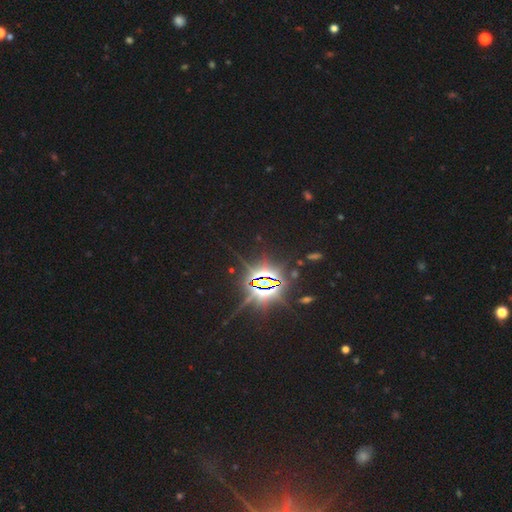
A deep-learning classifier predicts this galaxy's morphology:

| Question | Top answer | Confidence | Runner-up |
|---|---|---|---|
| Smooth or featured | star or artifact | 86% | smooth (8%) |